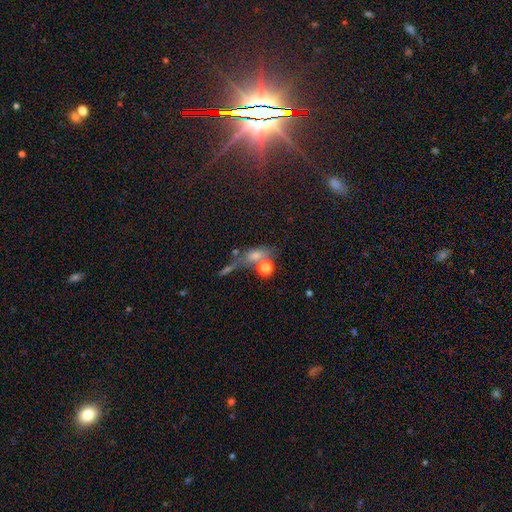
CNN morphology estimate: Smooth or featured? Predicted: smooth (p=0.53). How rounded? Predicted: in between (p=0.56). Merging? Predicted: none (p=0.47).